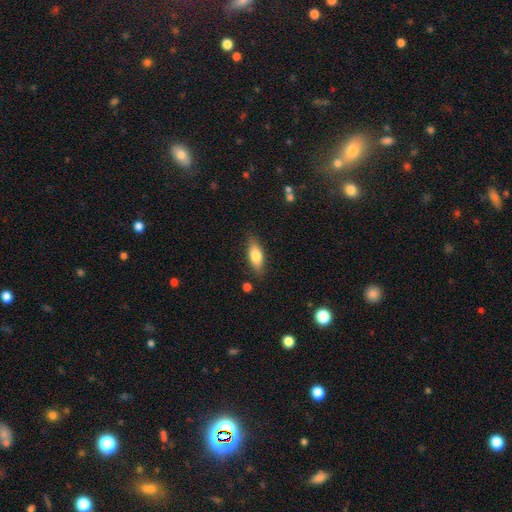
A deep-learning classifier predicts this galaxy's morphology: Smooth or featured?
  - smooth: 74% *
  - featured or disk: 20%
  - star or artifact: 7%
How rounded?
  - in between: 74% *
  - cigar-shaped: 23%
  - round: 3%
Merging?
  - none: 82% *
  - minor disturbance: 13%
  - major disturbance: 3%
  - merger: 2%